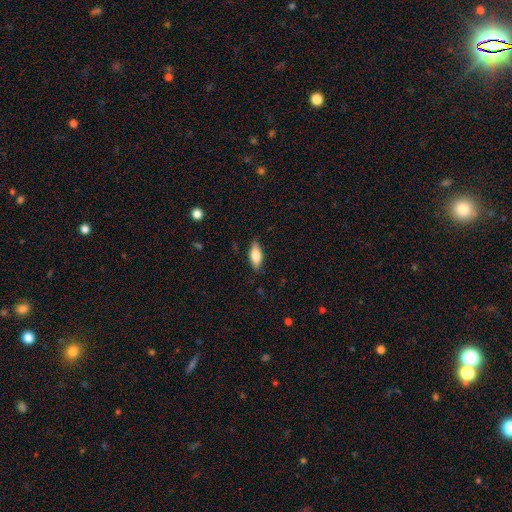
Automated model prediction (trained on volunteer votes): Smooth or featured? Predicted: smooth (p=0.71). How rounded? Predicted: in between (p=0.74). Merging? Predicted: none (p=0.85).